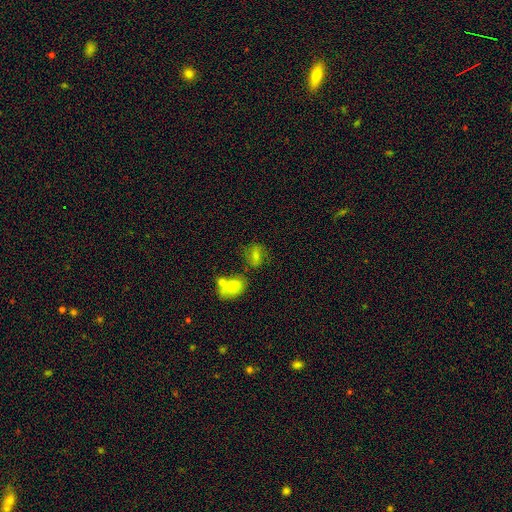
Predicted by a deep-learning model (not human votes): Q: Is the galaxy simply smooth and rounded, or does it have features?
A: smooth — 68%.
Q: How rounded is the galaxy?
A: in between — 71%.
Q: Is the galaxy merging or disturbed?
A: none — 51%.